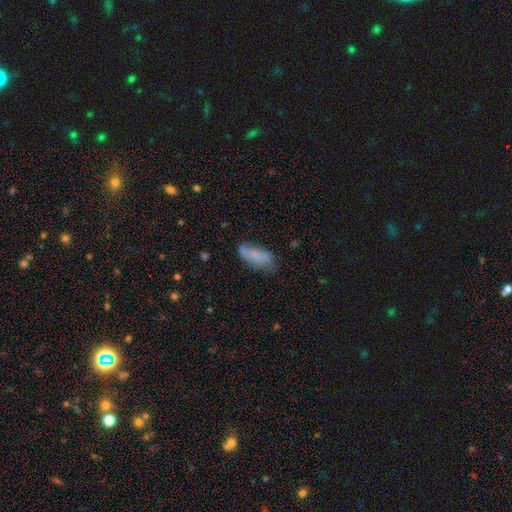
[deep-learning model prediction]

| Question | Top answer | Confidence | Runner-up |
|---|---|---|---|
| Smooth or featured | smooth | 66% | featured or disk (26%) |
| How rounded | in between | 81% | cigar-shaped (17%) |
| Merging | none | 54% | minor disturbance (30%) |